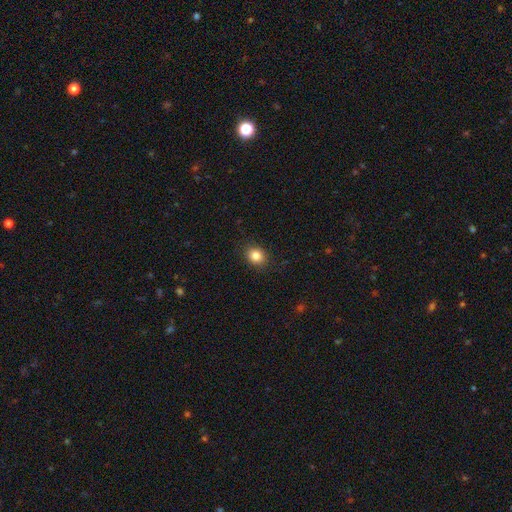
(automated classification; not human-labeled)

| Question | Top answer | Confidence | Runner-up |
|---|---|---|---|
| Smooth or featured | smooth | 85% | star or artifact (10%) |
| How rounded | round | 63% | in between (36%) |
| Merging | none | 88% | minor disturbance (8%) |